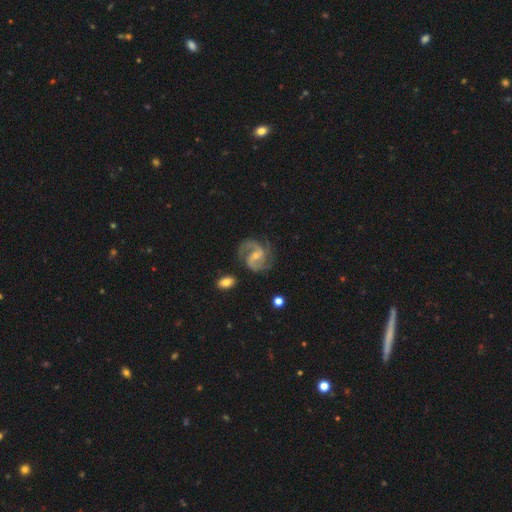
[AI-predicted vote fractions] This appears to be a featured or disk galaxy (90%) with a weak bar (52%), 2 (76%) medium (60%) spiral arms (98%) and a small central bulge (60%). Merging: none (71%).